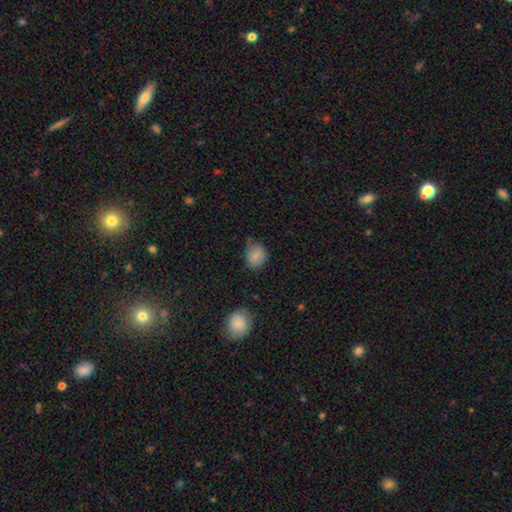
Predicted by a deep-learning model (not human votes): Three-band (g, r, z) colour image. It shows a smooth galaxy with no disk features (80%) that is round (56%). Merging: none (67%).